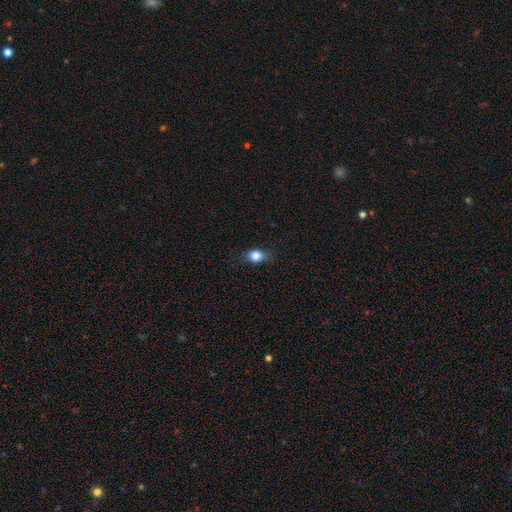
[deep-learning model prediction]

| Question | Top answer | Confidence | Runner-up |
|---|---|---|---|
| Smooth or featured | smooth | 79% | featured or disk (11%) |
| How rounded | in between | 53% | round (42%) |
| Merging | none | 75% | minor disturbance (19%) |